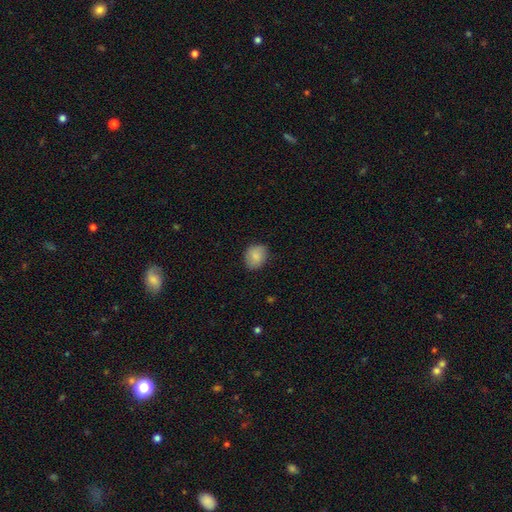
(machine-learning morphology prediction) Smooth or featured? Predicted: smooth (p=0.86). How rounded? Predicted: round (p=0.57). Merging? Predicted: none (p=0.81).